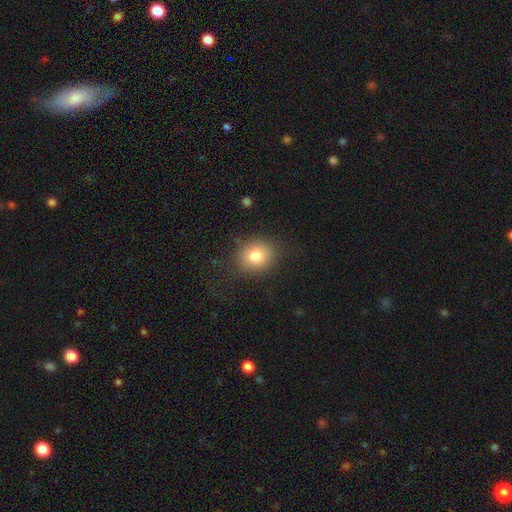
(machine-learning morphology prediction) smooth-or-featured: smooth: 79% | star or artifact: 11% | featured or disk: 10%
  how-rounded: round: 67% | in between: 33% | cigar-shaped: 1%
  merging: none: 82% | minor disturbance: 12% | major disturbance: 5% | merger: 1%